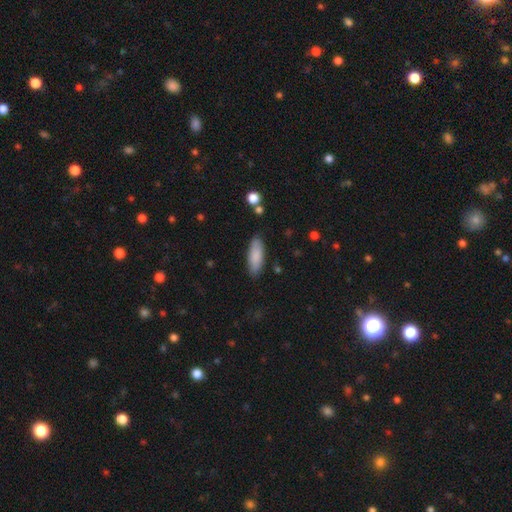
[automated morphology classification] Smooth or featured? Predicted: smooth (p=0.86). How rounded? Predicted: in between (p=0.70). Merging? Predicted: none (p=0.84).